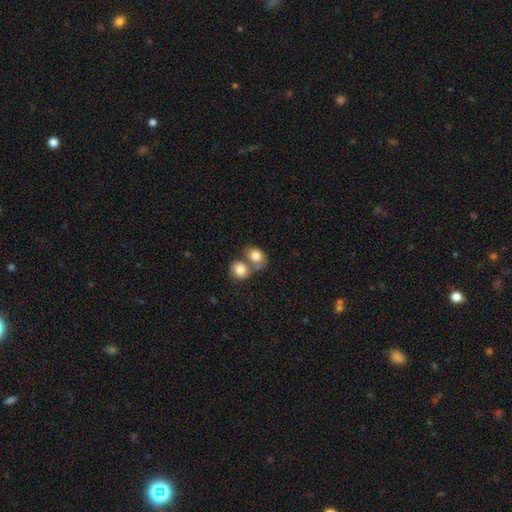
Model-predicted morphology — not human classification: Smooth or featured? Predicted: smooth (p=0.81). How rounded? Predicted: round (p=0.52). Merging? Predicted: merger (p=0.62).